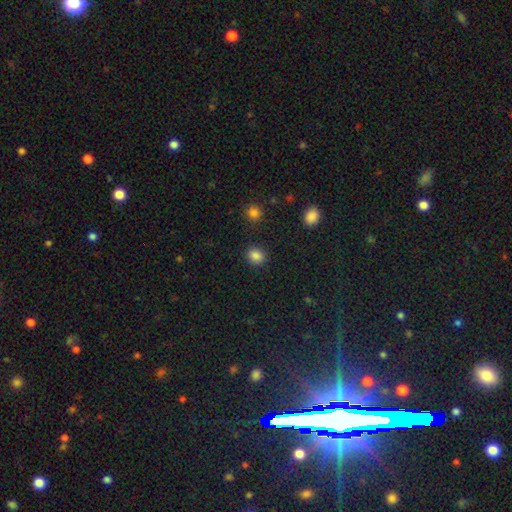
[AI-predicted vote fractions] This appears to be a smooth galaxy with no disk features (86%) that is round (66%). Merging: none (88%).